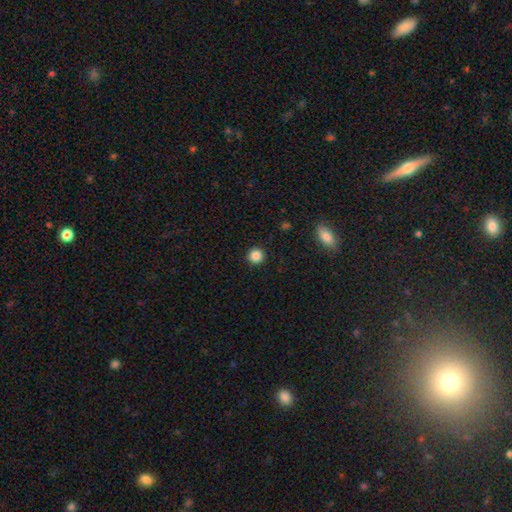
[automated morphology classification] A smooth galaxy with no disk features (85%) that is round (95%). Merging: none (92%).